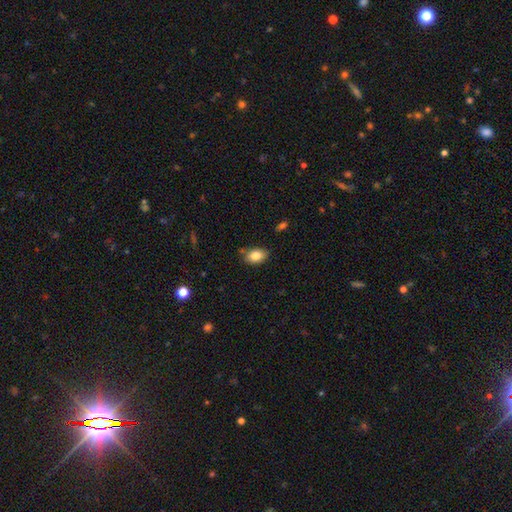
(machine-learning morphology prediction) This appears to be a smooth galaxy with no disk features (82%) that is in between round and cigar-shaped (84%). Merging: none (78%).